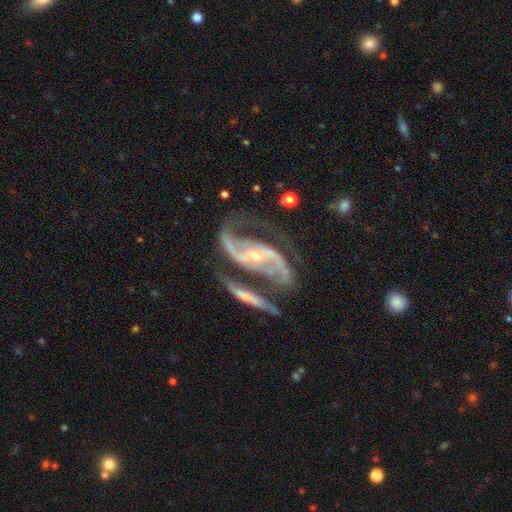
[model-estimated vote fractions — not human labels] featured or disk 92%, star or artifact 5%, smooth 3%. Down the decision tree: edge-on disk — no (96%); bar — strong (39%); spiral arms — yes (98%); spiral arm count — 2 (89%); spiral winding — medium (53%); bulge size — small (71%); merging — none (42%).